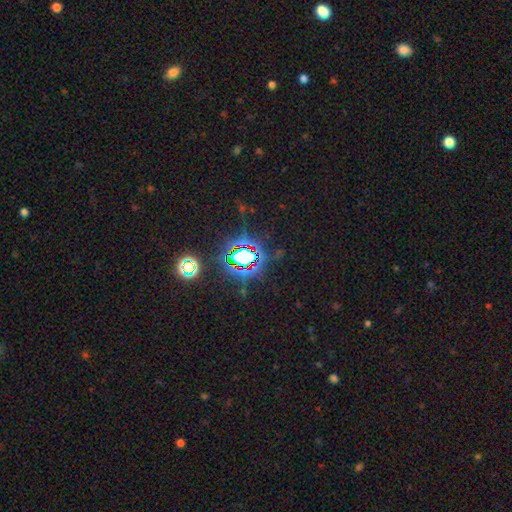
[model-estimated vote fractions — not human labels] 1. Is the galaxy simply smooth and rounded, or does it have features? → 80% star or artifact, 12% smooth, 8% featured or disk.